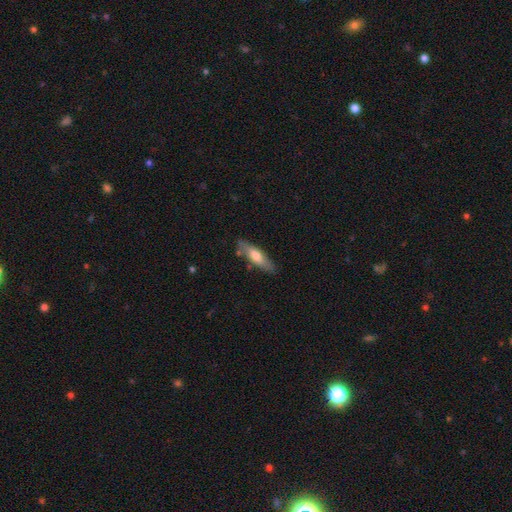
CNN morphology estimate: This appears to be a smooth galaxy with no disk features (62%) that is cigar-shaped (60%). Merging: none (78%).